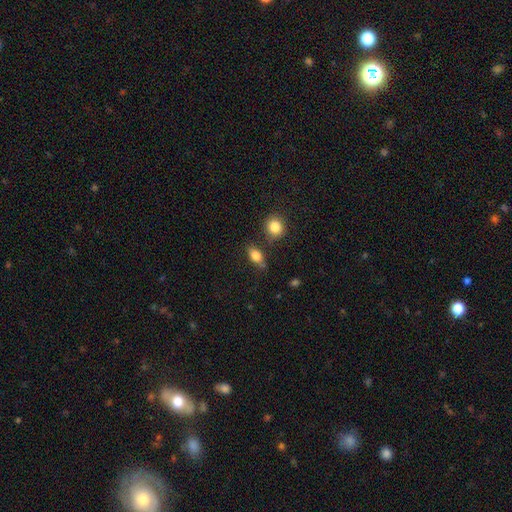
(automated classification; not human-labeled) A smooth galaxy with no disk features (82%) that is in between round and cigar-shaped (78%). Merging: none (69%).